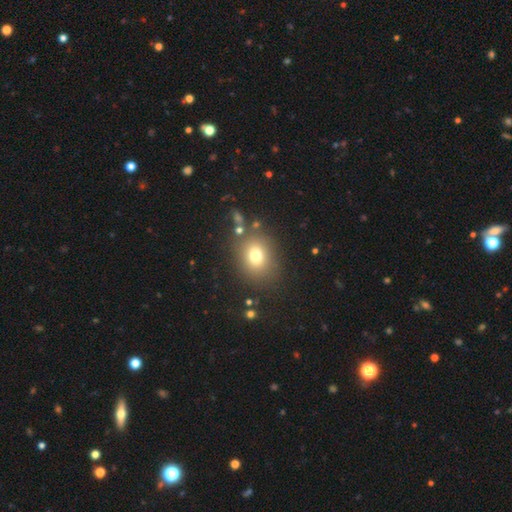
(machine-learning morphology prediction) The model was most divided on "how rounded": round: 53%, in between: 46%, cigar-shaped: 1%. More confident: merging — none (79%); smooth or featured — smooth (75%).